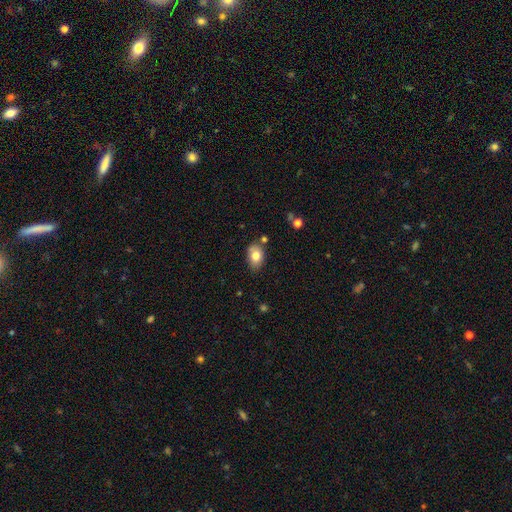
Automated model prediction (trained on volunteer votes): Smooth or featured? smooth (78%)
How rounded? in between (83%)
Merging? none (72%)